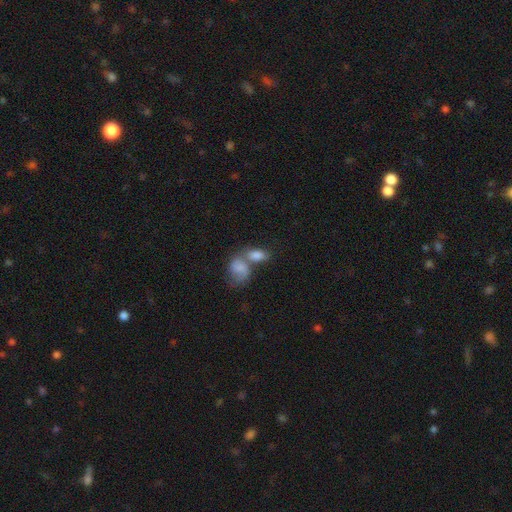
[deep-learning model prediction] Smooth or featured?
  - smooth: 74% *
  - featured or disk: 16%
  - star or artifact: 9%
How rounded?
  - in between: 84% *
  - round: 13%
  - cigar-shaped: 4%
Merging?
  - merger: 60% *
  - none: 26%
  - minor disturbance: 9%
  - major disturbance: 5%